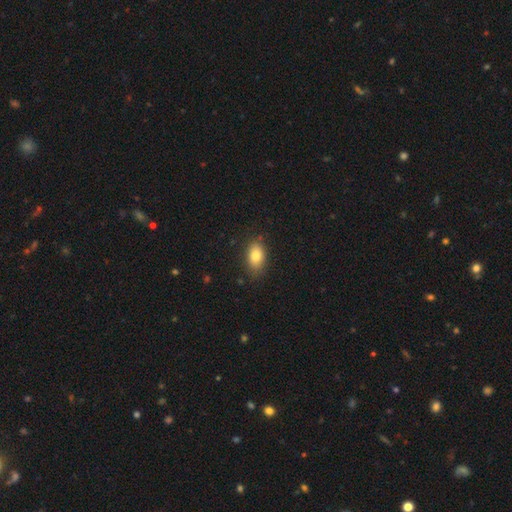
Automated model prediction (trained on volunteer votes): This appears to be a smooth galaxy with no disk features (81%) that is in between round and cigar-shaped (87%). Merging: none (82%).